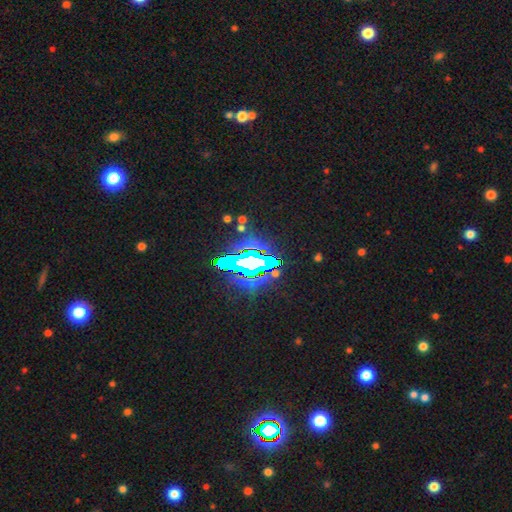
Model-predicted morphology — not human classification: This is likely a star or artifact rather than a galaxy (71%).